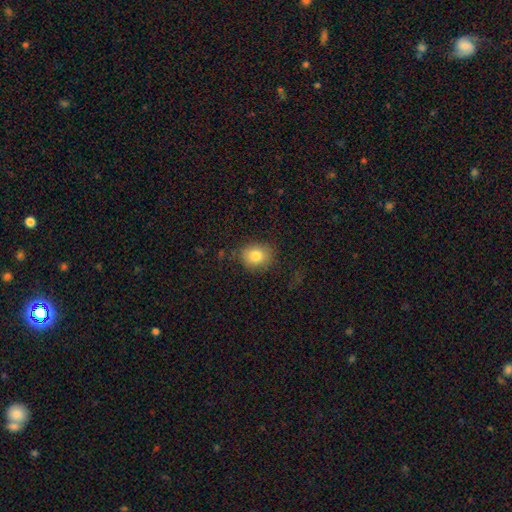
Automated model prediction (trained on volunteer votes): Smooth or featured?
  - smooth: 81% *
  - star or artifact: 10%
  - featured or disk: 9%
How rounded?
  - round: 64% *
  - in between: 35%
  - cigar-shaped: 1%
Merging?
  - none: 79% *
  - minor disturbance: 15%
  - major disturbance: 5%
  - merger: 1%